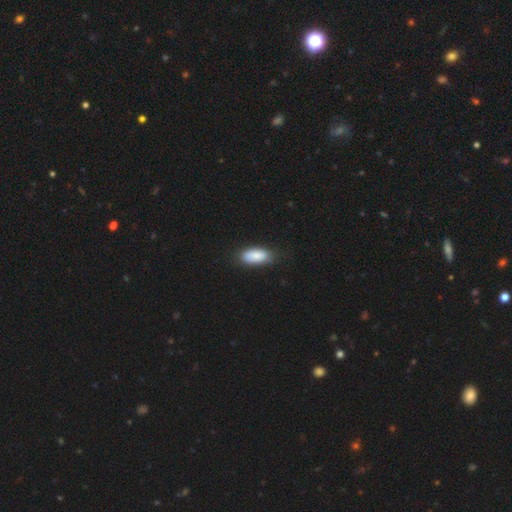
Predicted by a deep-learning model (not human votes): Smooth or featured?
  - smooth: 86% *
  - featured or disk: 7%
  - star or artifact: 6%
How rounded?
  - in between: 88% *
  - cigar-shaped: 10%
  - round: 2%
Merging?
  - none: 78% *
  - minor disturbance: 17%
  - major disturbance: 4%
  - merger: 1%